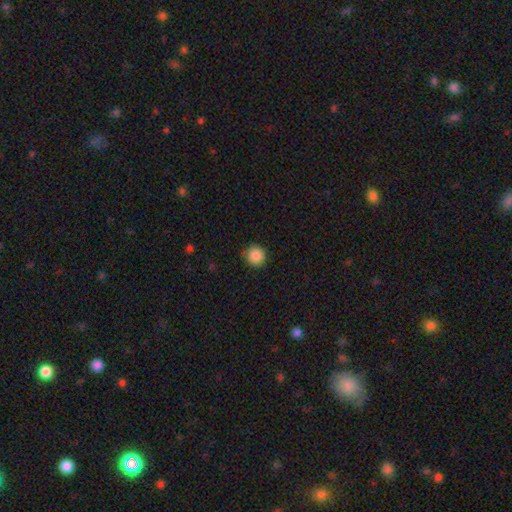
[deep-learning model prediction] A smooth galaxy with no disk features (87%) that is round (94%). Merging: none (88%).